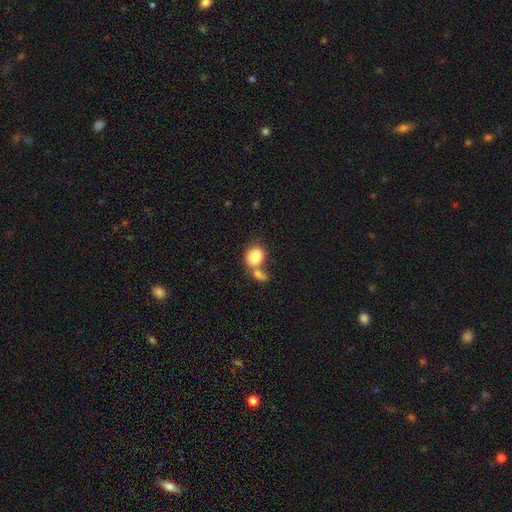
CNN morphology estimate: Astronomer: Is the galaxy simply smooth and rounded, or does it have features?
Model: smooth — 83%.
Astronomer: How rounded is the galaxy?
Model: round — 50% (runner-up: in between, 49%).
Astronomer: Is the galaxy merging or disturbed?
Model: merger — 51% (runner-up: none, 33%).